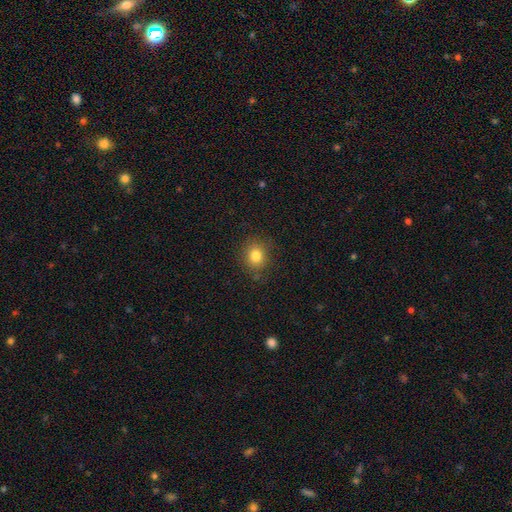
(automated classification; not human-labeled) A smooth galaxy with no disk features (82%) that is round (74%).

Vote fractions:
- Smooth or featured? smooth: 82% / star or artifact: 12% / featured or disk: 6%
- How rounded? round: 74% / in between: 25% / cigar-shaped: 1%
- Merging? none: 85% / minor disturbance: 11% / major disturbance: 3% / merger: 1%